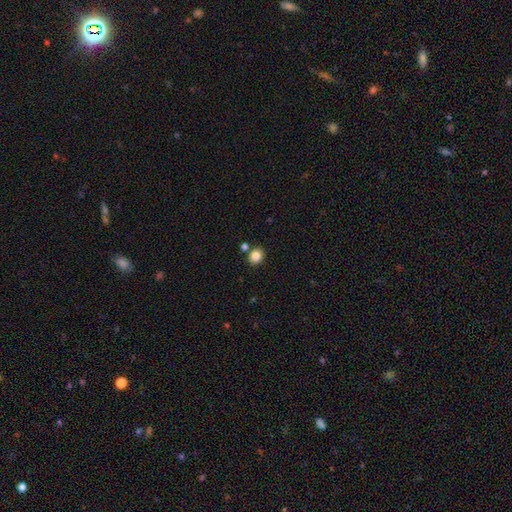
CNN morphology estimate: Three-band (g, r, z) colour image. It shows a smooth galaxy with no disk features (84%) that is round (63%). Merging: none (79%).